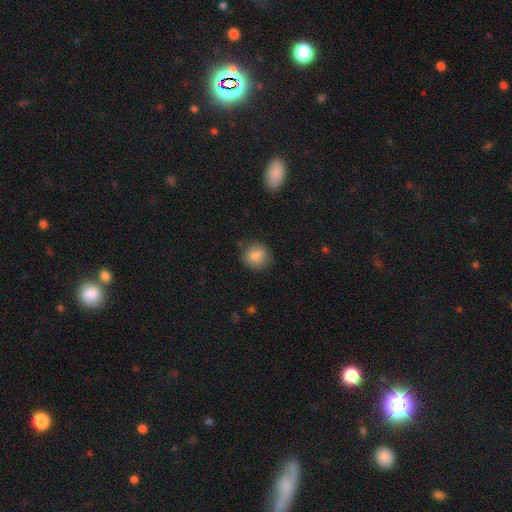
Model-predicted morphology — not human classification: Smooth or featured? smooth (84%)
How rounded? round (87%)
Merging? none (83%)